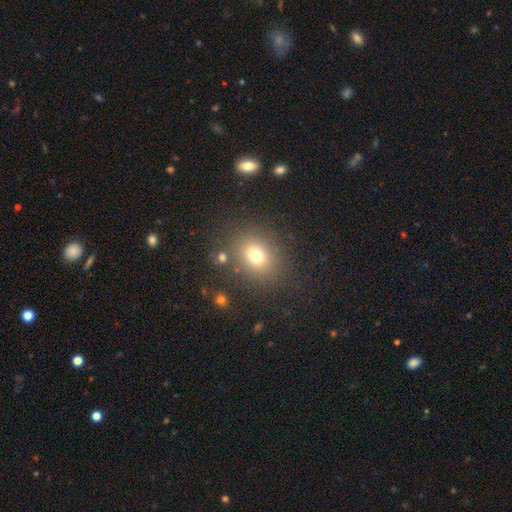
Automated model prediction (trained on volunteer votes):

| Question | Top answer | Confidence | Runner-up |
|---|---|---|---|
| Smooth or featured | smooth | 74% | star or artifact (16%) |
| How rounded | round | 57% | in between (42%) |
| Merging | none | 82% | minor disturbance (9%) |